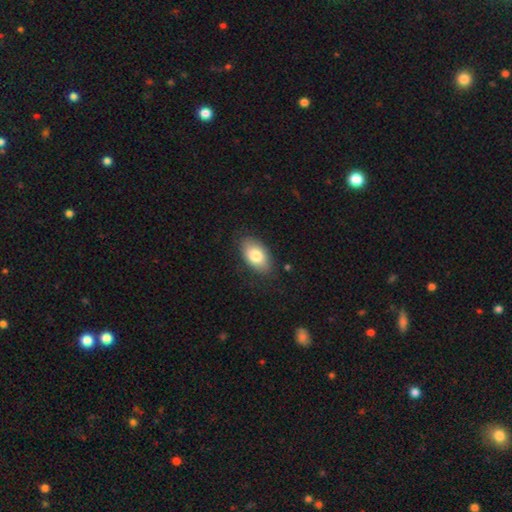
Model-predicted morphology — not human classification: smooth_or_featured: smooth (p=0.79) [alt: featured or disk p=0.14]
how_rounded: in between (p=0.92) [alt: round p=0.06]
merging: none (p=0.81) [alt: minor disturbance p=0.14]